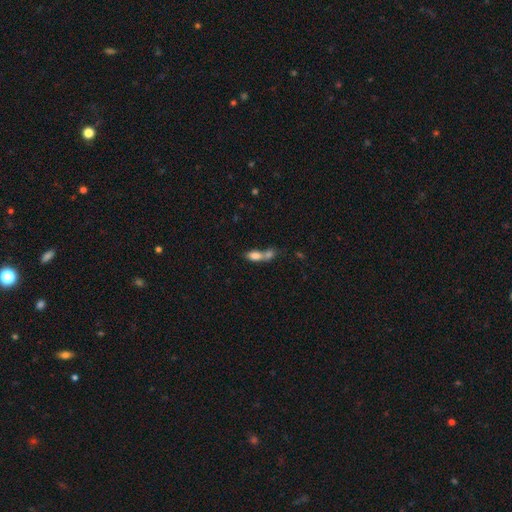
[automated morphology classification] smooth_or_featured: smooth (p=0.75) [alt: featured or disk p=0.16]
how_rounded: in between (p=0.79) [alt: cigar-shaped p=0.12]
merging: merger (p=0.67) [alt: none p=0.20]